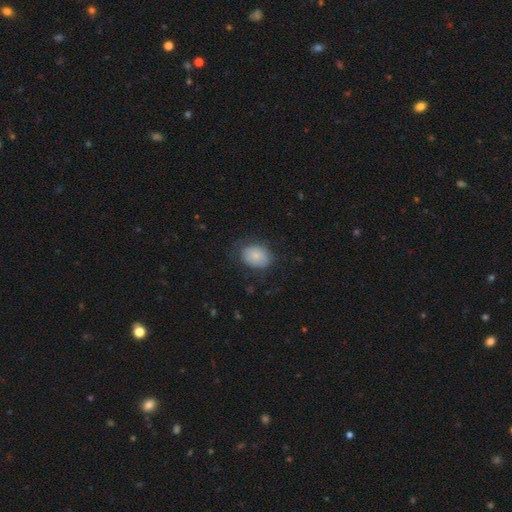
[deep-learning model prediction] Smooth or featured?
  - smooth: 81% *
  - featured or disk: 12%
  - star or artifact: 7%
How rounded?
  - in between: 69% *
  - round: 30%
  - cigar-shaped: 1%
Merging?
  - none: 67% *
  - minor disturbance: 22%
  - major disturbance: 9%
  - merger: 1%